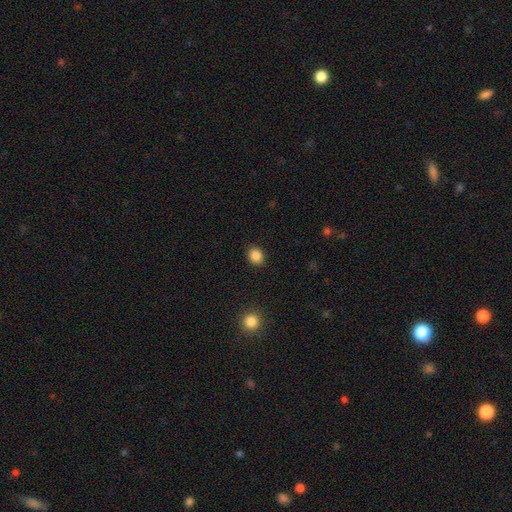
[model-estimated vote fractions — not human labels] smooth 87%, star or artifact 10%, featured or disk 3%. Down the decision tree: how rounded — round (57%); merging — none (90%).